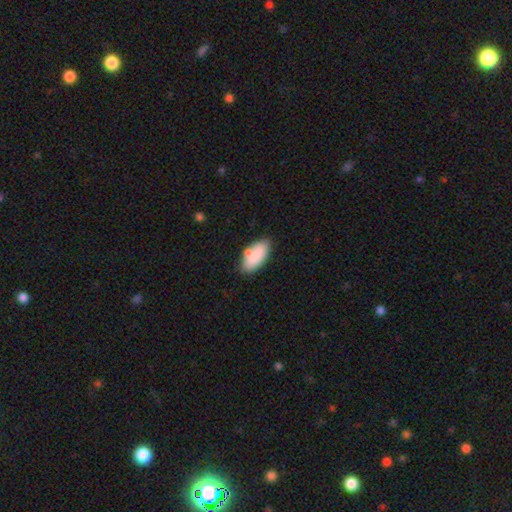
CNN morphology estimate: smooth 85%, featured or disk 8%, star or artifact 7%. Down the decision tree: how rounded — in between (91%); merging — none (69%).